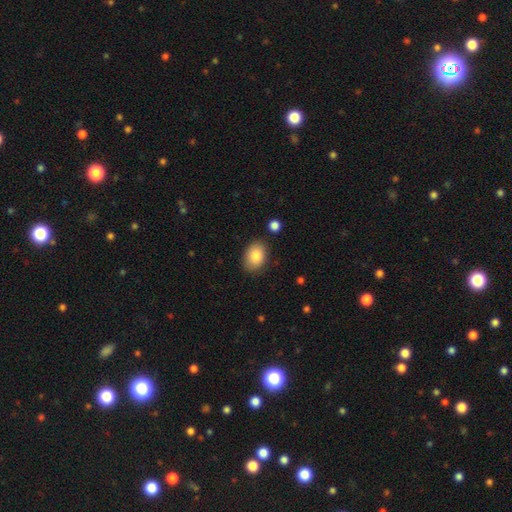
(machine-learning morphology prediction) This is clearly a smooth galaxy (86%). How rounded: clearly in between (83%). Merging: clearly none (84%).